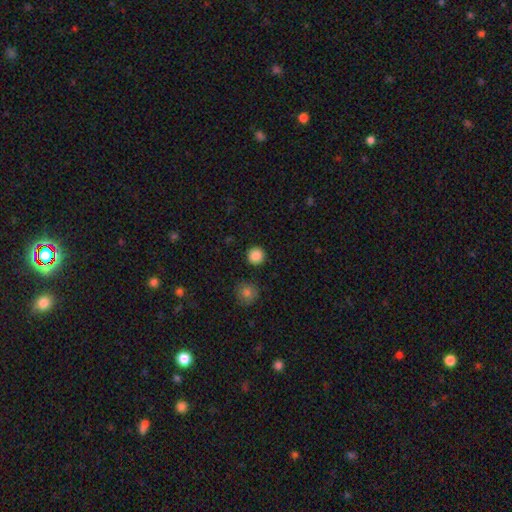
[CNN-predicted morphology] A smooth galaxy with no disk features (87%) that is round (95%). Merging: none (91%).